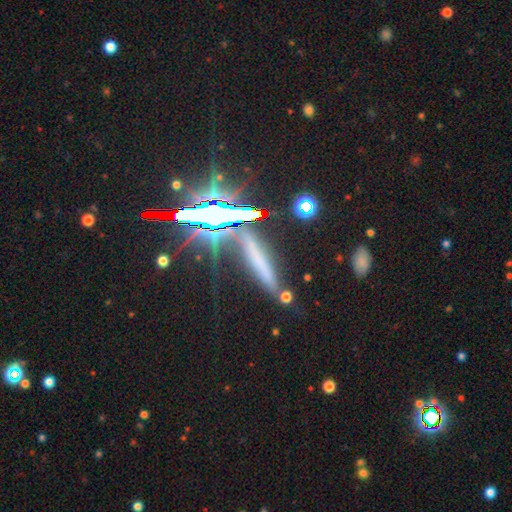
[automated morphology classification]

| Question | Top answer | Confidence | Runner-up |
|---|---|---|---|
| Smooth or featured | star or artifact | 47% | featured or disk (31%) |